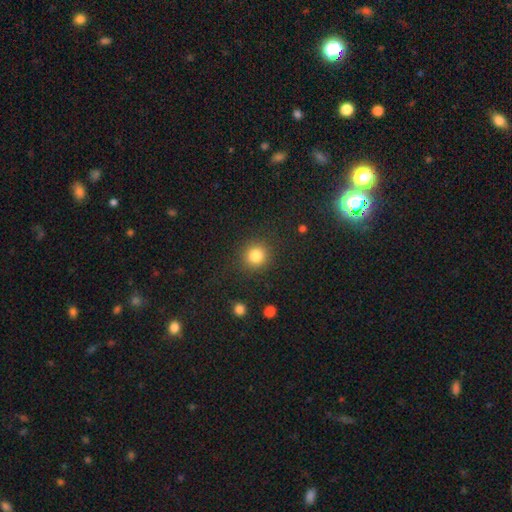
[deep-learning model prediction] Smooth or featured?
  - smooth: 84% *
  - star or artifact: 11%
  - featured or disk: 5%
How rounded?
  - round: 92% *
  - in between: 8%
  - cigar-shaped: 1%
Merging?
  - none: 89% *
  - minor disturbance: 7%
  - major disturbance: 3%
  - merger: 1%